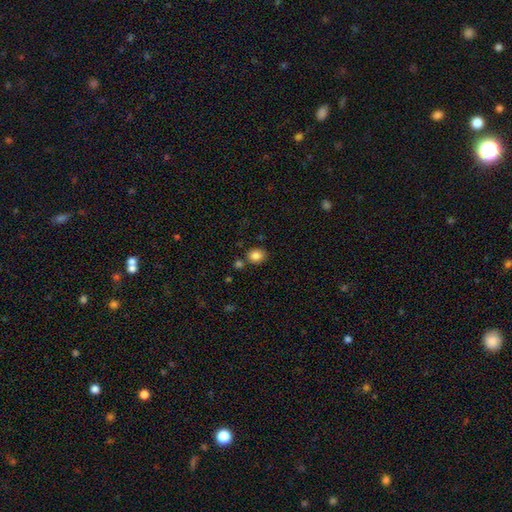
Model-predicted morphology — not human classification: This appears to be a smooth galaxy with no disk features (86%) that is round (55%). Merging: none (76%).